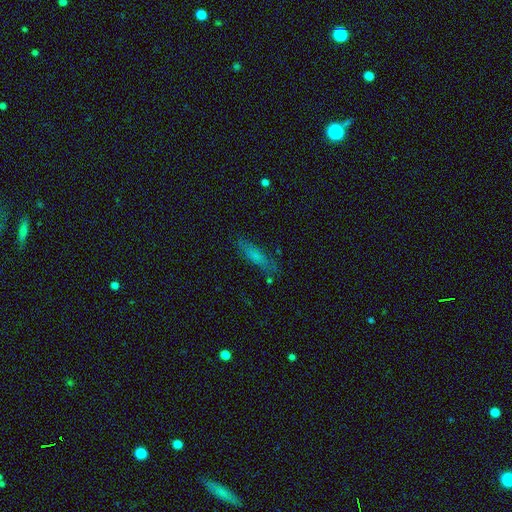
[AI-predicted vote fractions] smooth_or_featured: smooth (p=0.67) [alt: featured or disk p=0.21]
how_rounded: cigar-shaped (p=0.71) [alt: in between p=0.26]
merging: none (p=0.78) [alt: minor disturbance p=0.15]